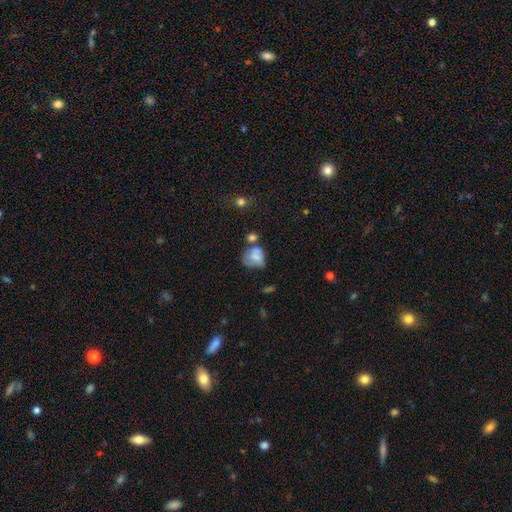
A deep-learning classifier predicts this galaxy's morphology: This is likely a smooth galaxy (67%). How rounded: possibly round (60%). Merging: marginally none (35%).